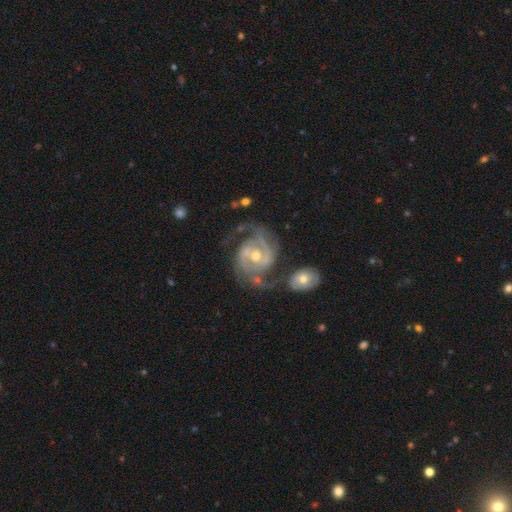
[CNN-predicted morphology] Smooth or featured: featured or disk — 92% (star or artifact — 4%)
Edge-on disk: no — 98% (yes — 2%)
Bar: no — 44% (weak — 39%)
Spiral arms: yes — 98% (no — 2%)
Spiral winding: medium — 50% (tight — 39%)
Spiral arm count: 2 — 79% (3 — 9%)
Bulge size: moderate — 65% (small — 31%)
Merging: none — 60% (minor disturbance — 18%)